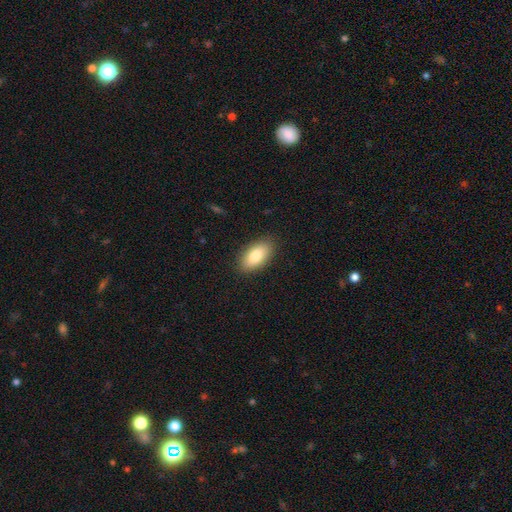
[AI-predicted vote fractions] Q: Smooth or featured?
A: smooth (82%); runner-up: featured or disk (11%)
Q: How rounded?
A: in between (92%); runner-up: cigar-shaped (5%)
Q: Merging?
A: none (88%); runner-up: minor disturbance (9%)